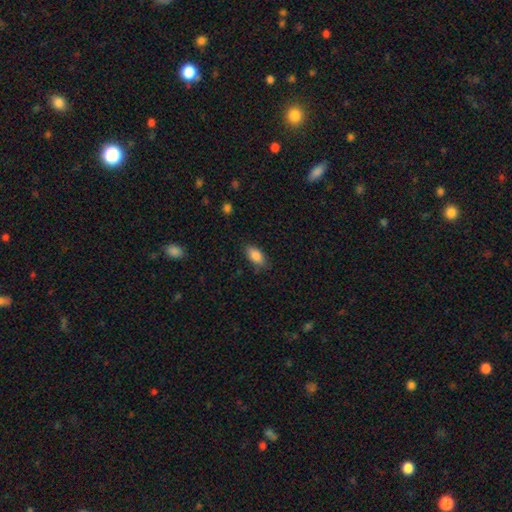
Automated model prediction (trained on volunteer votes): Morphology: type=smooth (87%); roundness=in between (89%); merging=none (81%).